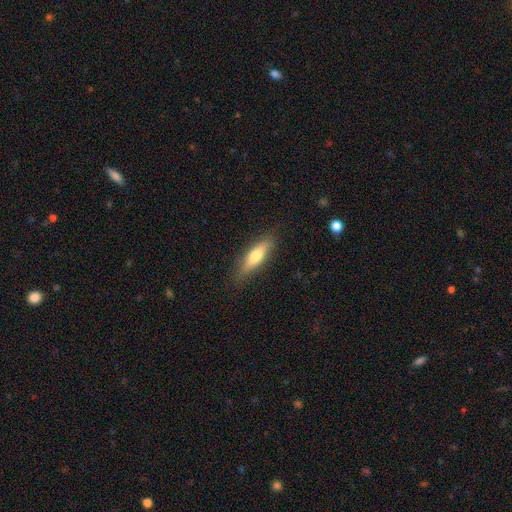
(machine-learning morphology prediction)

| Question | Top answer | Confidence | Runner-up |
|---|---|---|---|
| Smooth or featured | smooth | 65% | featured or disk (29%) |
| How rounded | cigar-shaped | 62% | in between (36%) |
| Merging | none | 83% | minor disturbance (13%) |